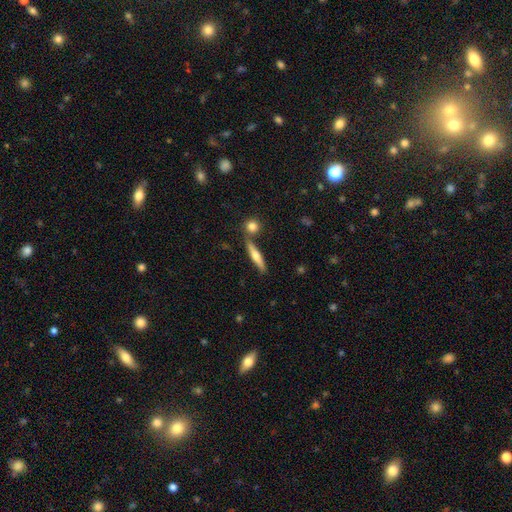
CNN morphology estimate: Smooth or featured? Predicted: smooth (p=0.47). Merging? Predicted: none (p=0.78).